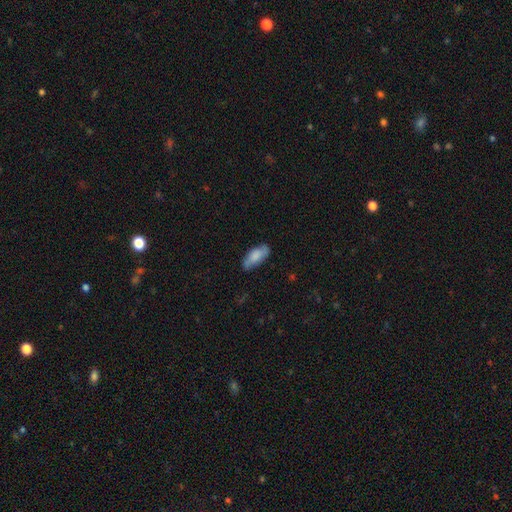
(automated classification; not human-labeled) smooth-or-featured: smooth: 74% | featured or disk: 19% | star or artifact: 6%
  how-rounded: in between: 83% | cigar-shaped: 14% | round: 2%
  merging: none: 73% | minor disturbance: 21% | major disturbance: 4% | merger: 2%